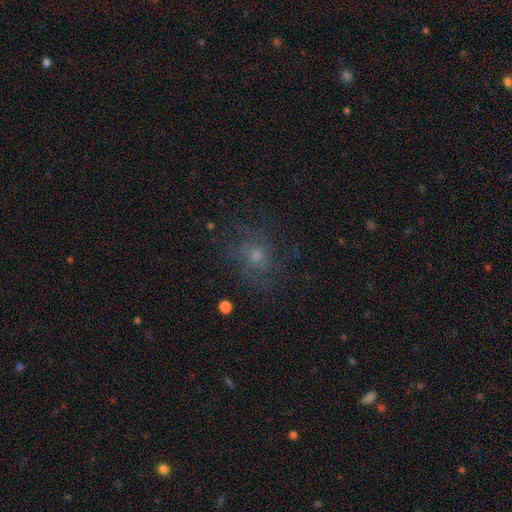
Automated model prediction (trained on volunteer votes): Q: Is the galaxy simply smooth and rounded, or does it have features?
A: featured or disk — 55%.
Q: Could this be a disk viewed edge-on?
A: no — 96%.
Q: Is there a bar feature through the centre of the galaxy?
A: no — 79%.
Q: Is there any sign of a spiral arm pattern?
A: yes — 77%.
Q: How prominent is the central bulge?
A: moderate — 45%.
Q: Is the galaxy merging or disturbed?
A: none — 67%.